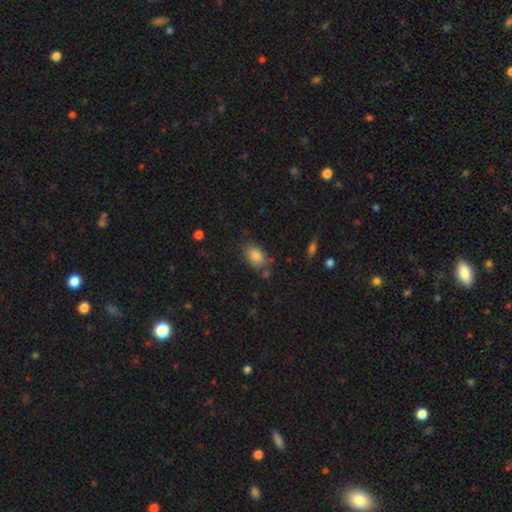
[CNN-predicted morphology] smooth-or-featured: smooth: 85% | star or artifact: 8% | featured or disk: 7%
  how-rounded: in between: 85% | round: 13% | cigar-shaped: 2%
  merging: none: 75% | minor disturbance: 16% | merger: 5% | major disturbance: 4%